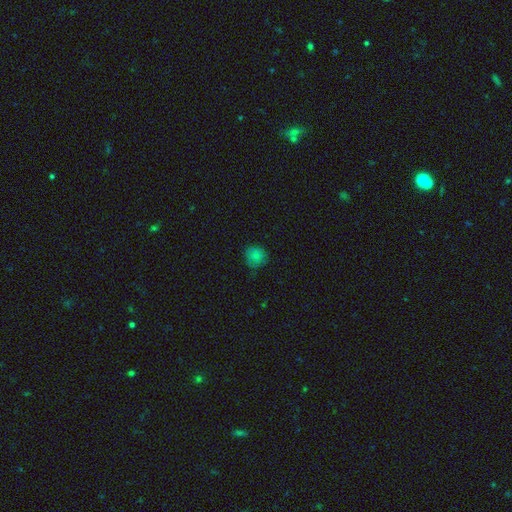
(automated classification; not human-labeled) A smooth galaxy with no disk features (80%) that is round (87%).

Vote fractions:
- Smooth or featured? smooth: 80% / star or artifact: 13% / featured or disk: 7%
- How rounded? round: 87% / in between: 12% / cigar-shaped: 1%
- Merging? none: 71% / minor disturbance: 23% / major disturbance: 5% / merger: 1%